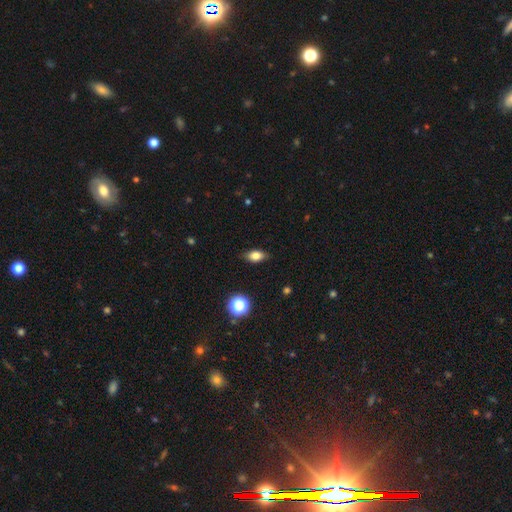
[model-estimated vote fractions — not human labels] smooth-or-featured: smooth: 77% | featured or disk: 13% | star or artifact: 10%
  how-rounded: in between: 82% | round: 12% | cigar-shaped: 6%
  merging: none: 83% | minor disturbance: 13% | major disturbance: 3% | merger: 1%